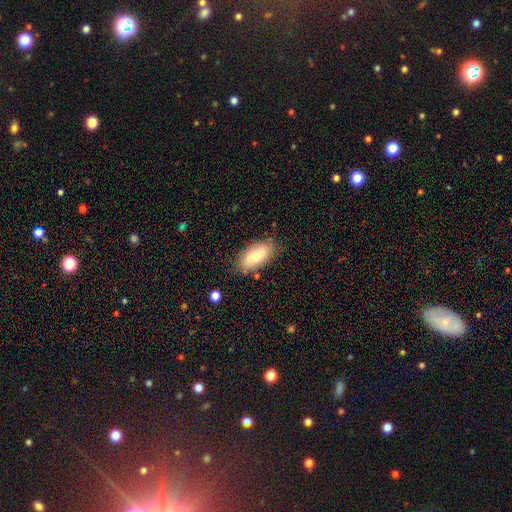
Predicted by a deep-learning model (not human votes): Overall: smooth (66%; featured or disk 27%). How rounded: in between (91%). Merging: none (78%).